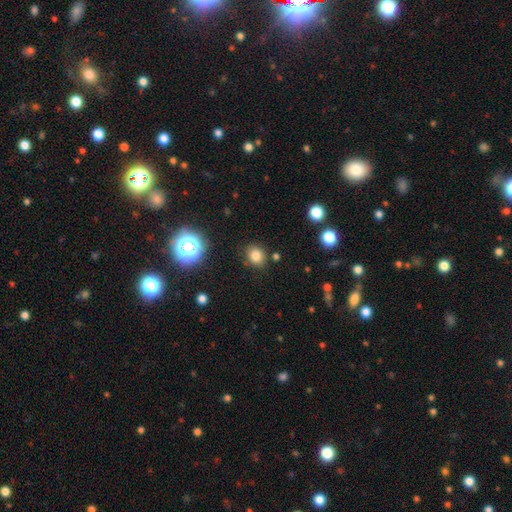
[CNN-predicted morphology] smooth 79%, star or artifact 15%, featured or disk 7%. Down the decision tree: how rounded — round (69%); merging — none (84%).